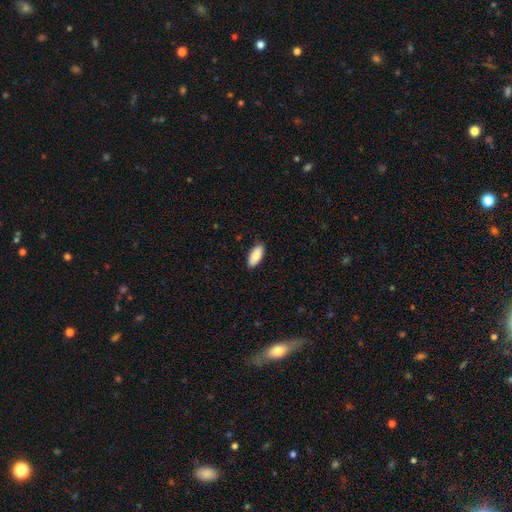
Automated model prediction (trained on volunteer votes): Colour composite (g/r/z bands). It shows a smooth galaxy with no disk features (83%) that is in between round and cigar-shaped (87%). Merging: none (88%).